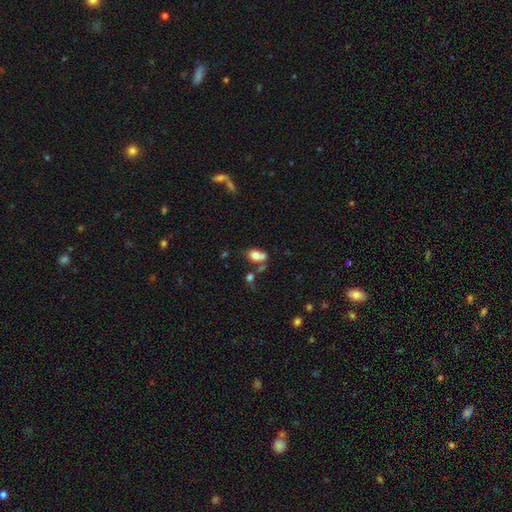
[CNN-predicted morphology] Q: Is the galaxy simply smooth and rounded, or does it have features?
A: smooth — 75%.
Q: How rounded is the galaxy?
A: in between — 72%.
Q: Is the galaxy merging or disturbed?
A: merger — 39%.